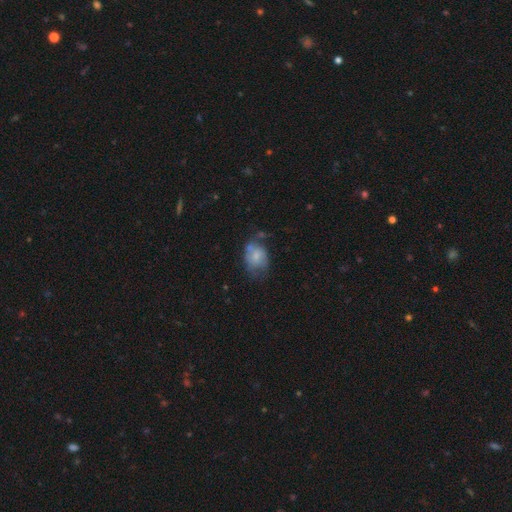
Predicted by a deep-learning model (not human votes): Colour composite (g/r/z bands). It shows a smooth galaxy with no disk features (62%) that is in between round and cigar-shaped (66%). Merging: none (38%).